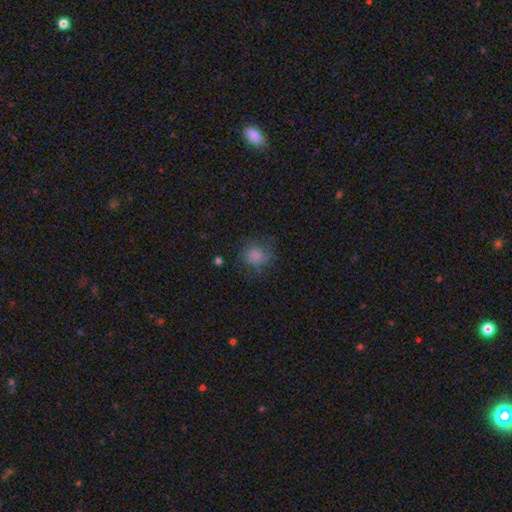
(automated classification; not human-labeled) Smooth or featured?
  - smooth: 77% *
  - featured or disk: 12%
  - star or artifact: 11%
How rounded?
  - round: 81% *
  - in between: 18%
  - cigar-shaped: 1%
Merging?
  - none: 67% *
  - minor disturbance: 20%
  - major disturbance: 11%
  - merger: 2%